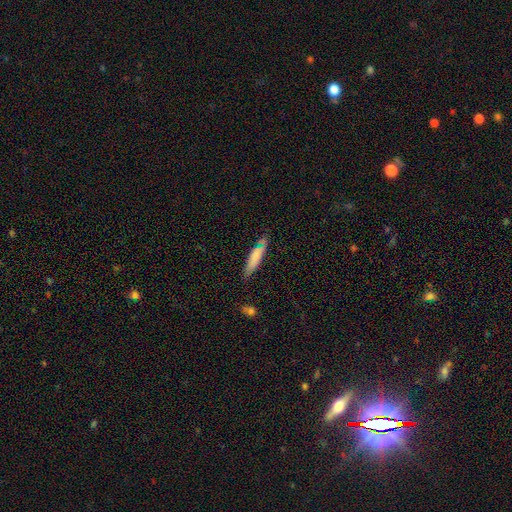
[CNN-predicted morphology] type=smooth (76%); roundness=cigar-shaped (78%); merging=none (69%).